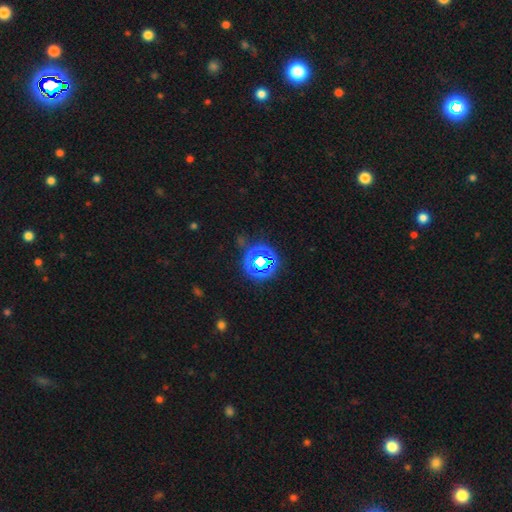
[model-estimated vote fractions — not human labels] Q: Smooth or featured?
A: star or artifact (51%); runner-up: smooth (40%)